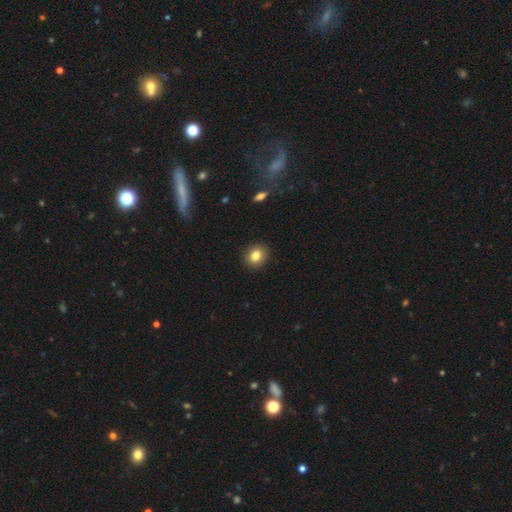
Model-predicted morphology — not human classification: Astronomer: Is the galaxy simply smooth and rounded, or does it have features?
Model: smooth — 83%.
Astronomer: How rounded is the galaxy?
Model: round — 78%.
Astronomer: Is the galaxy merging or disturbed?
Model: none — 91%.